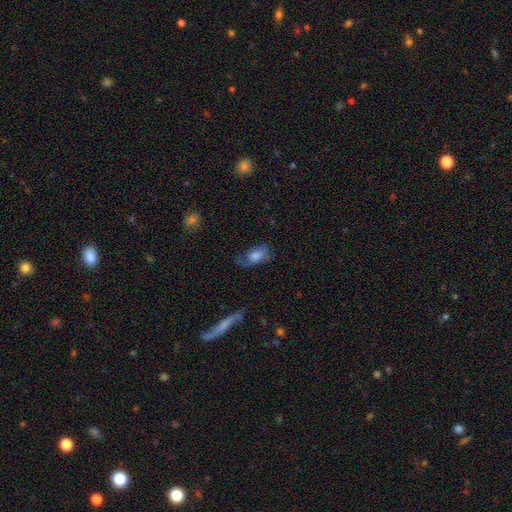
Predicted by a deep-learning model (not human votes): This appears to be a smooth galaxy with no disk features (59%) that is in between round and cigar-shaped (85%). Merging: none (44%).